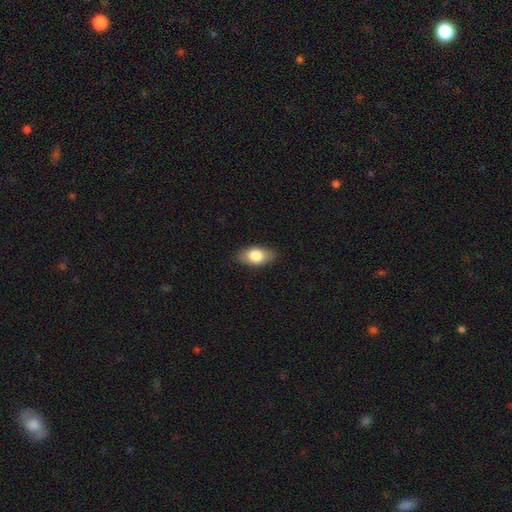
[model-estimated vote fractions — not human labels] Smooth or featured?
  - smooth: 76% *
  - featured or disk: 17%
  - star or artifact: 6%
How rounded?
  - in between: 90% *
  - round: 5%
  - cigar-shaped: 4%
Merging?
  - none: 84% *
  - minor disturbance: 12%
  - major disturbance: 3%
  - merger: 1%